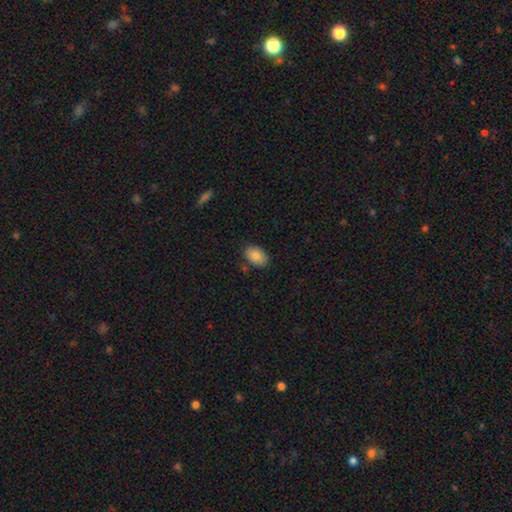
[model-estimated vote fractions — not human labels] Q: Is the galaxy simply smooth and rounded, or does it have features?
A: smooth — 85%.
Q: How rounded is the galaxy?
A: in between — 89%.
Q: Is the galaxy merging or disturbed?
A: none — 83%.